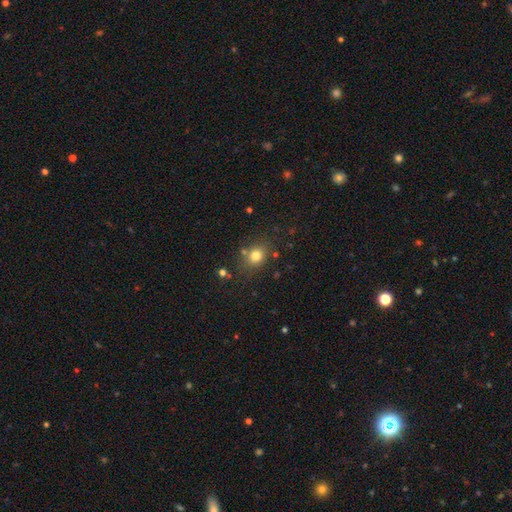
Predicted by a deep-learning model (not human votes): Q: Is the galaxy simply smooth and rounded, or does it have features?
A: smooth — 78%.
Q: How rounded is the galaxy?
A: round — 60%.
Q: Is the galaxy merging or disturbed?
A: none — 75%.